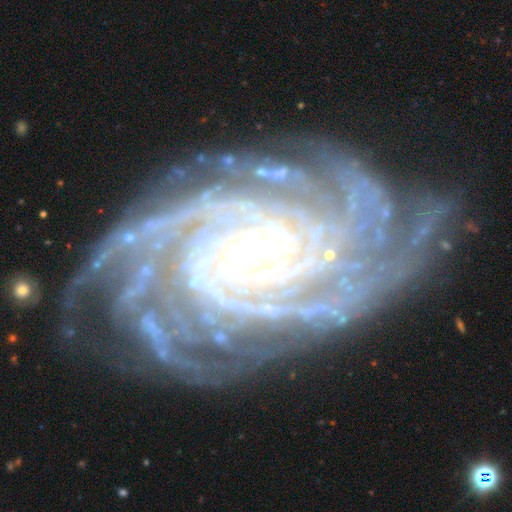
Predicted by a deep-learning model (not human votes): Morphology: type=featured or disk (93%); edge-on=no (97%); bar=no (61%); spiral arms=yes (99%); winding=tight (82%); arm count=more than 4 (38%); bulge=moderate (61%); merging=none (76%).